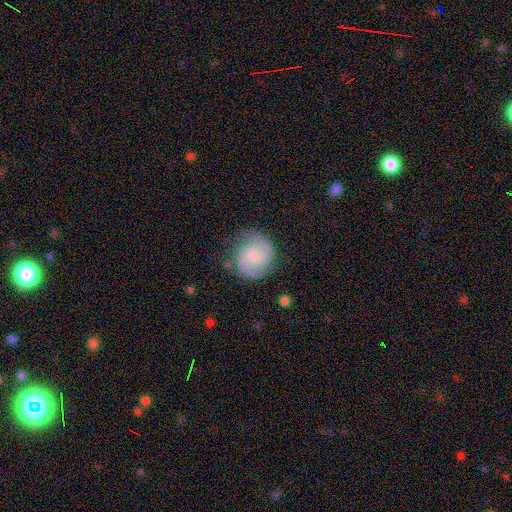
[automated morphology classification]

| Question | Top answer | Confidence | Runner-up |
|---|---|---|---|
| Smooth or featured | featured or disk | 72% | smooth (22%) |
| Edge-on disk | no | 98% | yes (2%) |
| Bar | no | 55% | weak (39%) |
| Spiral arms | yes | 95% | no (5%) |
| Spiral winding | medium | 49% | tight (36%) |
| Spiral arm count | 2 | 89% | can't tell (5%) |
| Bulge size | small | 42% | moderate (40%) |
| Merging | none | 78% | minor disturbance (16%) |